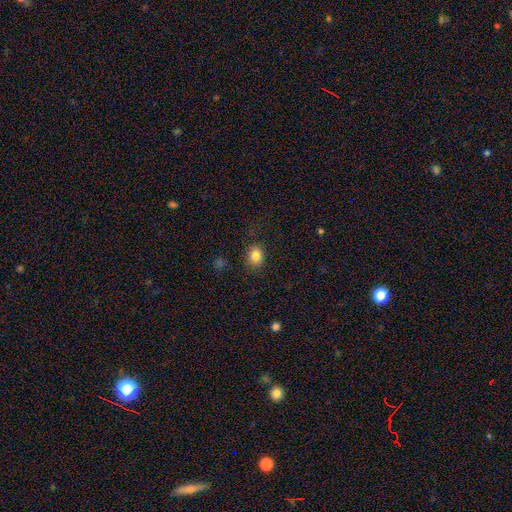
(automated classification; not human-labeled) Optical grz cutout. It shows a smooth galaxy with no disk features (83%) that is round (54%). Merging: none (83%).